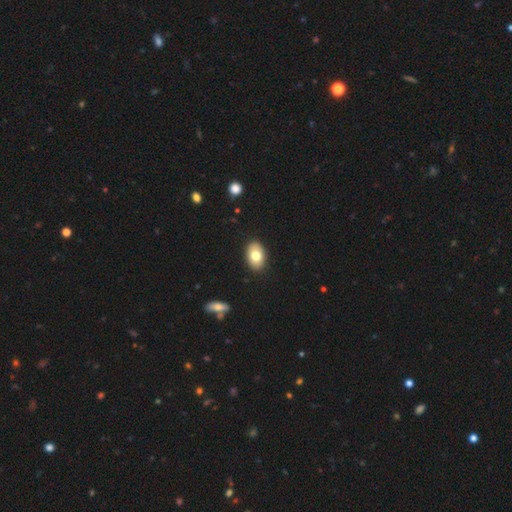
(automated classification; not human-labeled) This appears to be a smooth galaxy with no disk features (78%) that is in between round and cigar-shaped (88%). Merging: none (89%).